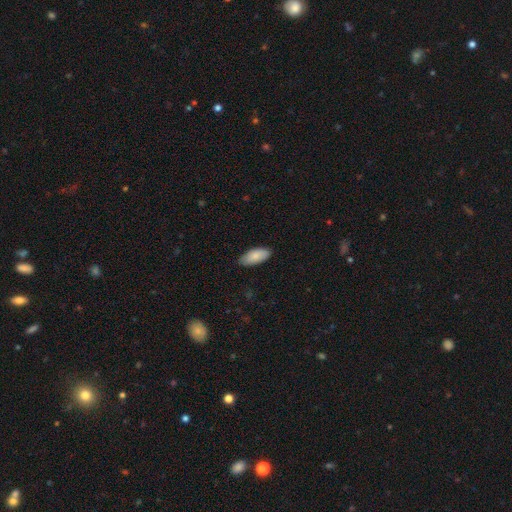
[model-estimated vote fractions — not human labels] Smooth or featured? Predicted: smooth (p=0.86). How rounded? Predicted: in between (p=0.87). Merging? Predicted: none (p=0.84).